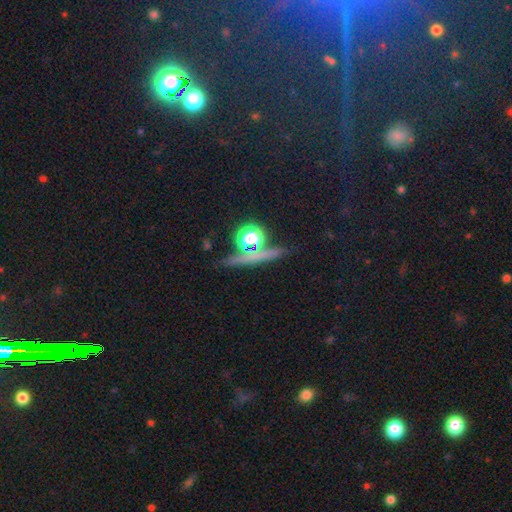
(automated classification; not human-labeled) star or artifact 44%, smooth 35%, featured or disk 21%.